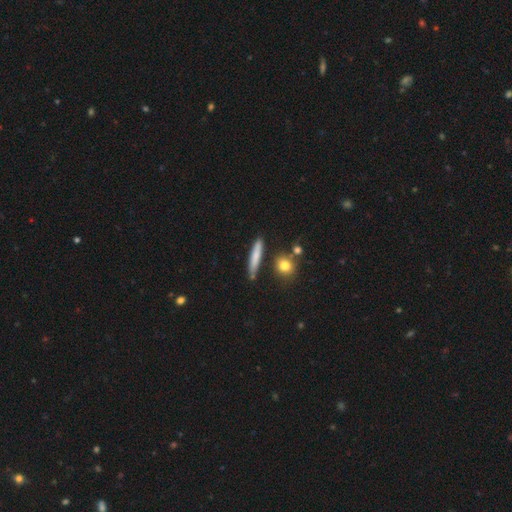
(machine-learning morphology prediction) This appears to be a smooth galaxy with no disk features (75%) that is cigar-shaped (88%). Merging: none (81%).